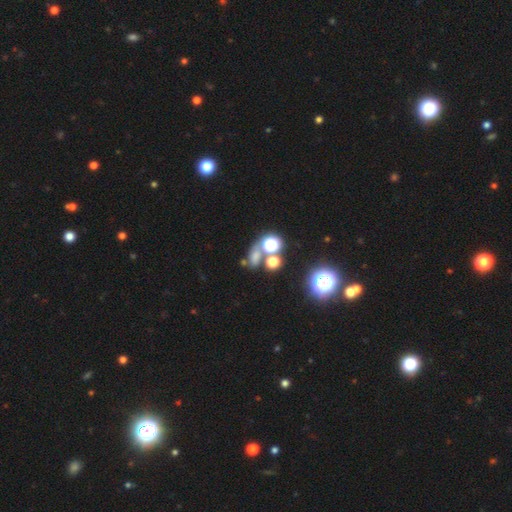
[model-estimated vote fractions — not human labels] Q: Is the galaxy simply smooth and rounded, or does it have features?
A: smooth — 52%.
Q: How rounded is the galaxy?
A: round — 52%.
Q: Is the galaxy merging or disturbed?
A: none — 46%.